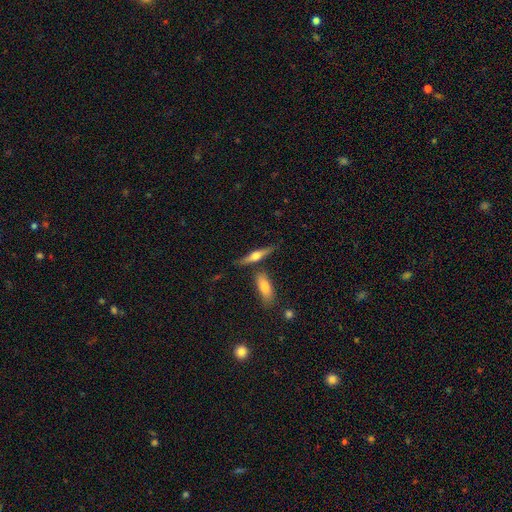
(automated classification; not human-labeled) Smooth or featured: featured or disk — 58% (smooth — 35%)
Edge-on disk: yes — 95% (no — 5%)
Edge-on bulge: rounded — 92% (boxy — 5%)
Merging: none — 71% (merger — 14%)